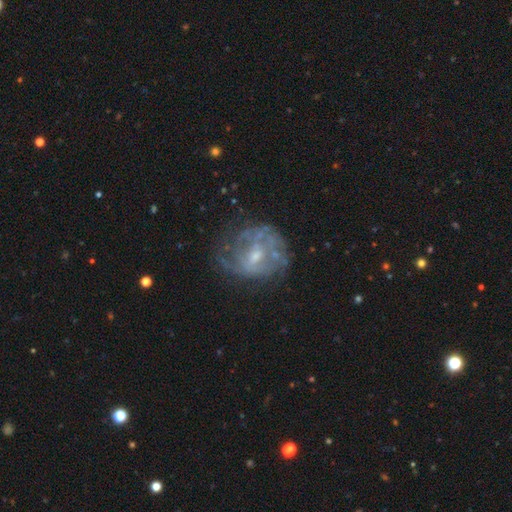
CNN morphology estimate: The model was most divided on "bulge size": small: 48%, moderate: 42%, none: 7%, large: 2%, dominant: 1%. More confident: edge-on disk — no (97%); smooth or featured — featured or disk (71%); spiral arms — yes (56%); merging — none (54%); bar — no (52%).